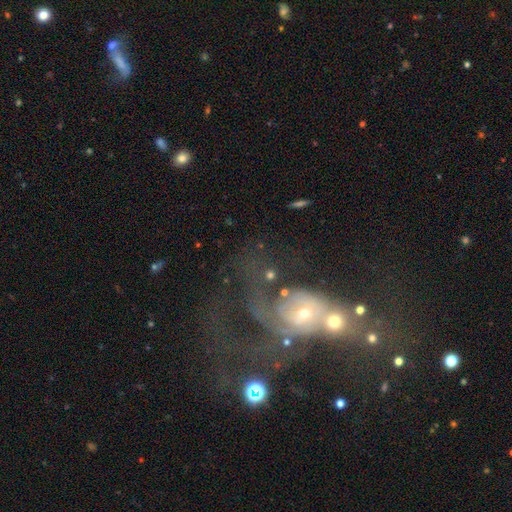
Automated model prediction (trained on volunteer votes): This is possibly a featured or disk galaxy (59%). It is clearly not viewed edge-on (95%). Bar: likely no (79%). Spiral arm pattern: possibly yes (51%). Central bulge: possibly small (46%). Merging: marginally merger (44%).